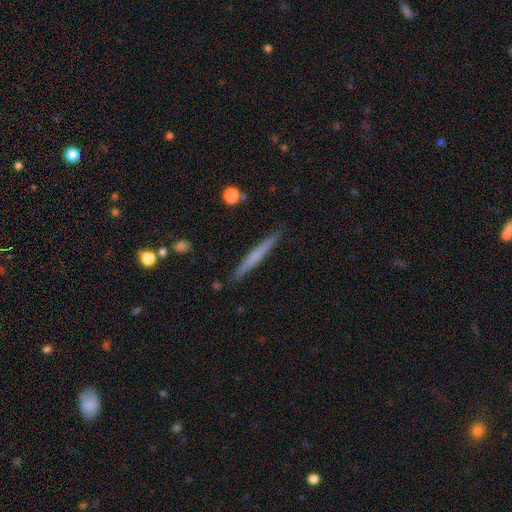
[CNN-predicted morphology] smooth-or-featured: smooth: 56% | featured or disk: 39% | star or artifact: 6%
  how-rounded: cigar-shaped: 97% | in between: 2% | round: 1%
  merging: none: 90% | minor disturbance: 7% | merger: 1% | major disturbance: 1%